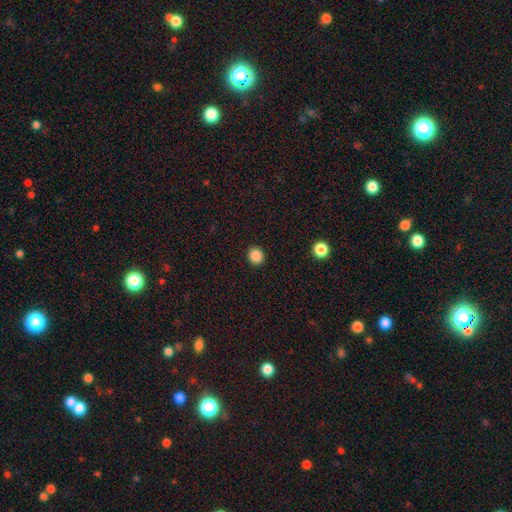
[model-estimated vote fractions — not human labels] smooth 87%, star or artifact 11%, featured or disk 3%. Down the decision tree: how rounded — round (90%); merging — none (92%).